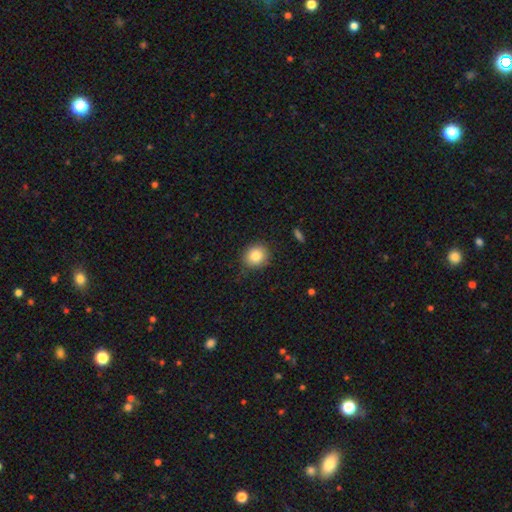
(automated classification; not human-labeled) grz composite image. It shows a smooth galaxy with no disk features (84%) that is round (84%). Merging: none (85%).